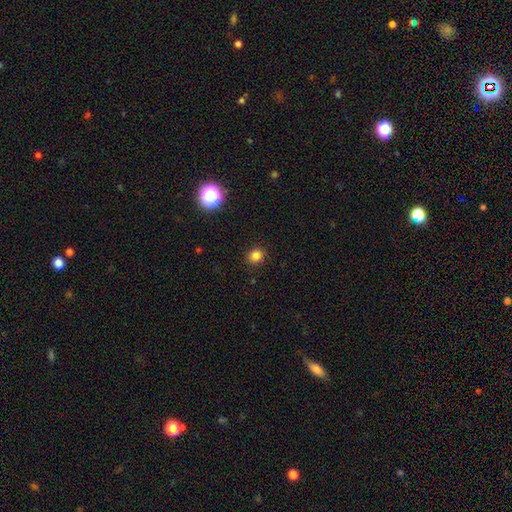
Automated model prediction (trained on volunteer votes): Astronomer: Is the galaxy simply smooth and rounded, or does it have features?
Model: smooth — 82%.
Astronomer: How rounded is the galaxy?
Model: round — 86%.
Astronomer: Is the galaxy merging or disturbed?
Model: none — 91%.